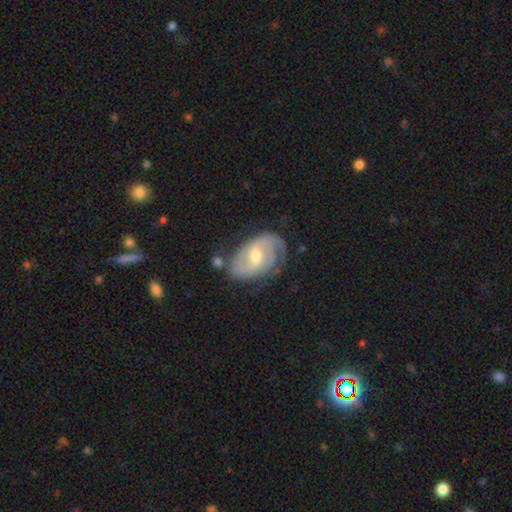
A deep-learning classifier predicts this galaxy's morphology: A featured or disk galaxy (80%) with a weak bar (57%), 2 (68%) medium (45%) spiral arms (92%) and a moderate central bulge (58%). Merging: none (61%).